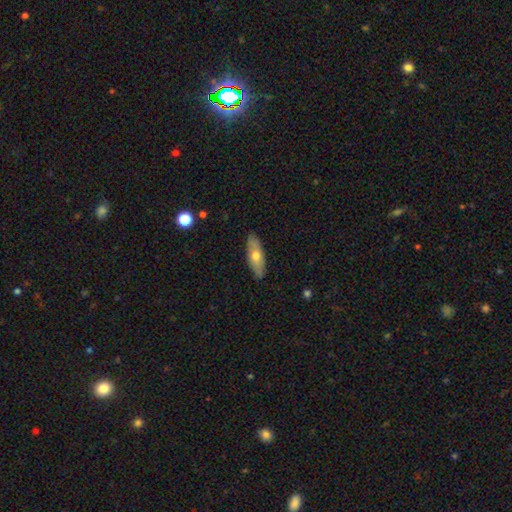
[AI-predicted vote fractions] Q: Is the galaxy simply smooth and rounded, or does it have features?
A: smooth — 61%.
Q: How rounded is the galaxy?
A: in between — 60%.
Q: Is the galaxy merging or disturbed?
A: none — 87%.